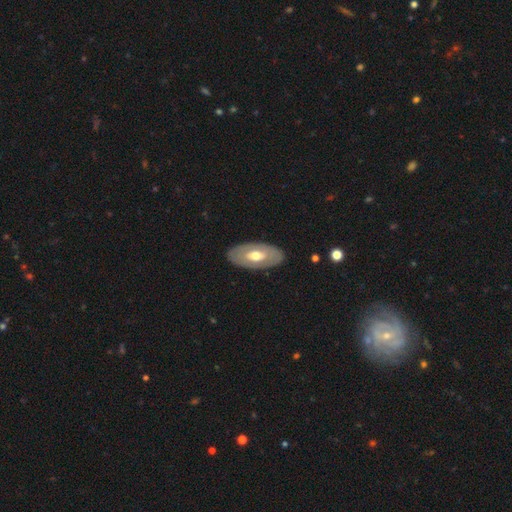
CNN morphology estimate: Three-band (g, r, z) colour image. It shows a featured or disk galaxy (54%). Merging: none (86%).